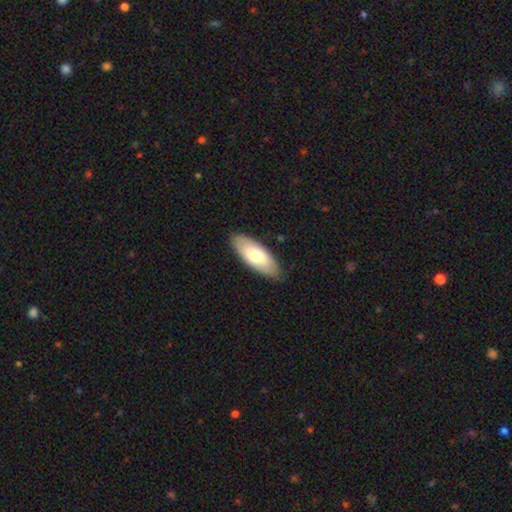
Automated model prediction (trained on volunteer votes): Smooth or featured?
  - smooth: 70% *
  - featured or disk: 25%
  - star or artifact: 5%
How rounded?
  - in between: 83% *
  - cigar-shaped: 15%
  - round: 2%
Merging?
  - none: 85% *
  - minor disturbance: 12%
  - major disturbance: 2%
  - merger: 1%